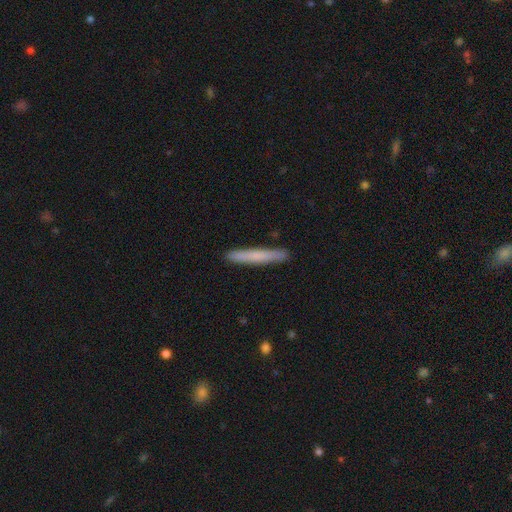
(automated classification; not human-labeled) A smooth galaxy with no disk features (70%) that is cigar-shaped (96%). Merging: none (92%).